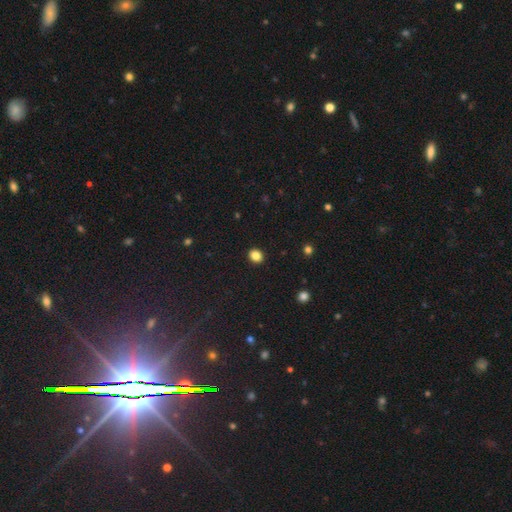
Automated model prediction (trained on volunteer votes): Smooth or featured: smooth — 85% (star or artifact — 11%)
How rounded: round — 63% (in between — 36%)
Merging: none — 91% (minor disturbance — 6%)